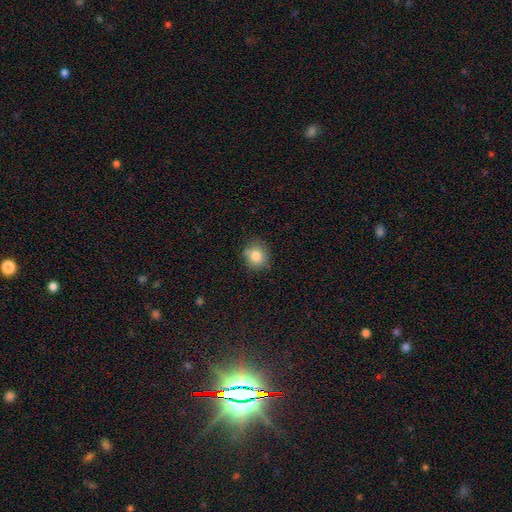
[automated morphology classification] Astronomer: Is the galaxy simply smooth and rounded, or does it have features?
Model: smooth — 82%.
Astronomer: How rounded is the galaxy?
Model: round — 72%.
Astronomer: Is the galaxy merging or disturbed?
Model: none — 73%.